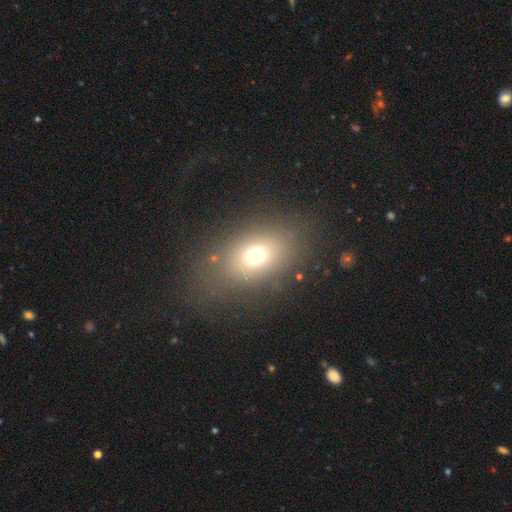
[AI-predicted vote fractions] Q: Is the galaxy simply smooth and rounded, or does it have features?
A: smooth — 69%.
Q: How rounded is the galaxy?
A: in between — 70%.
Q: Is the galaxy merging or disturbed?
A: none — 77%.